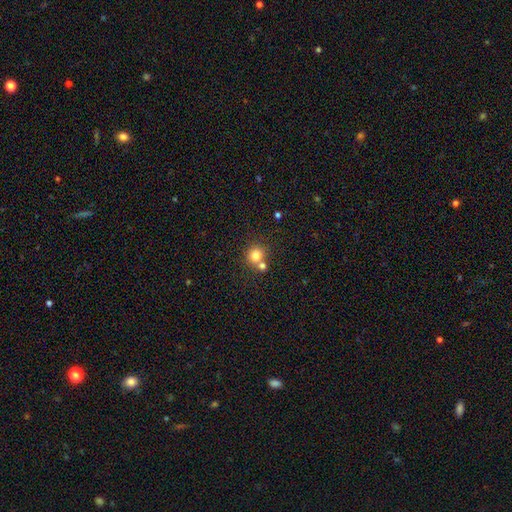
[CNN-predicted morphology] smooth-or-featured: smooth: 79% | star or artifact: 13% | featured or disk: 9%
  how-rounded: round: 89% | in between: 10% | cigar-shaped: 1%
  merging: none: 57% | merger: 33% | minor disturbance: 7% | major disturbance: 3%